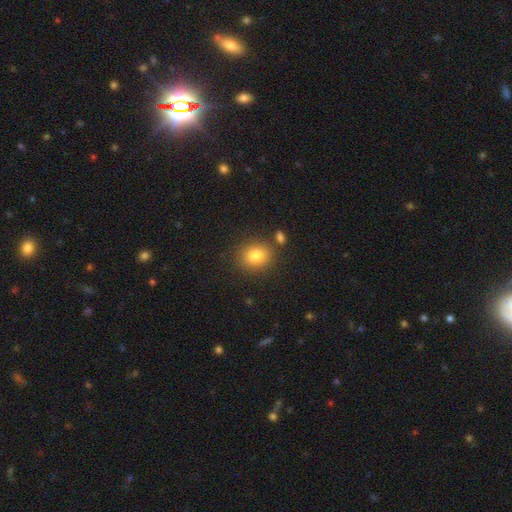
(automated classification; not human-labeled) Q: Smooth or featured?
A: smooth (82%); runner-up: star or artifact (11%)
Q: How rounded?
A: round (58%); runner-up: in between (41%)
Q: Merging?
A: none (81%); runner-up: minor disturbance (10%)